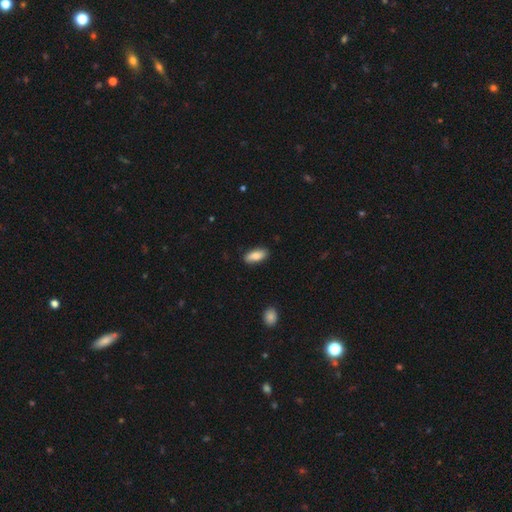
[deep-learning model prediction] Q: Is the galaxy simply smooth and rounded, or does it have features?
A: smooth — 82%.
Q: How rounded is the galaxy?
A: in between — 84%.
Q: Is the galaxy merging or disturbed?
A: none — 86%.